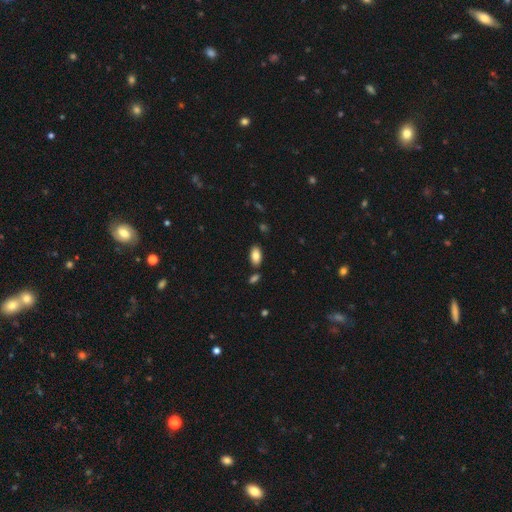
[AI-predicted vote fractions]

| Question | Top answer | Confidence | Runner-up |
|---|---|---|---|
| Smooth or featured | smooth | 84% | featured or disk (9%) |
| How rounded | in between | 94% | round (3%) |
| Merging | none | 82% | minor disturbance (10%) |